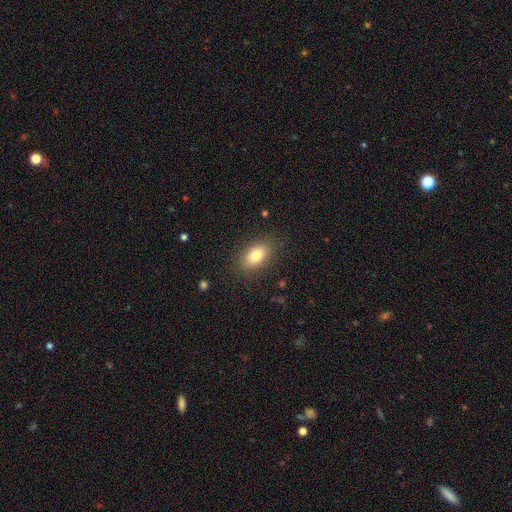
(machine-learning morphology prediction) smooth_or_featured: smooth (p=0.79) [alt: featured or disk p=0.13]
how_rounded: in between (p=0.87) [alt: round p=0.10]
merging: none (p=0.84) [alt: minor disturbance p=0.11]